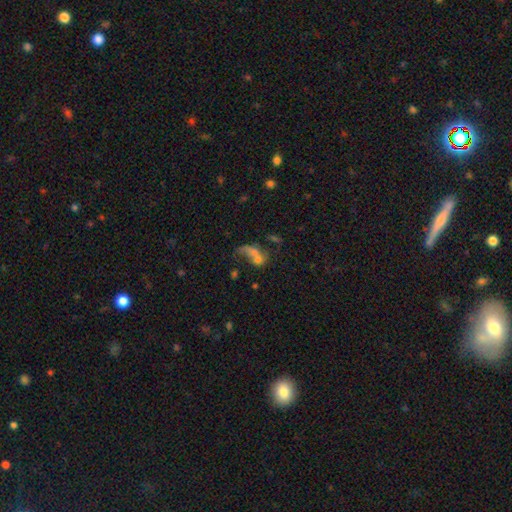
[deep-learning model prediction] Smooth or featured?
  - smooth: 52% *
  - featured or disk: 33%
  - star or artifact: 15%
How rounded?
  - in between: 68% *
  - round: 24%
  - cigar-shaped: 8%
Merging?
  - merger: 54% *
  - major disturbance: 20%
  - none: 17%
  - minor disturbance: 9%